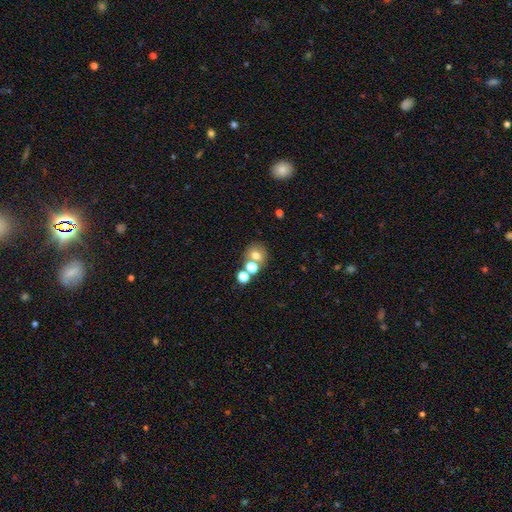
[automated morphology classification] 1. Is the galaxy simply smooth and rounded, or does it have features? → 68% smooth, 17% star or artifact, 15% featured or disk.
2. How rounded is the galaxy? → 78% round, 21% in between, 1% cigar-shaped.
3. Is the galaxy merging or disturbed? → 55% none, 31% merger, 9% minor disturbance, 4% major disturbance.